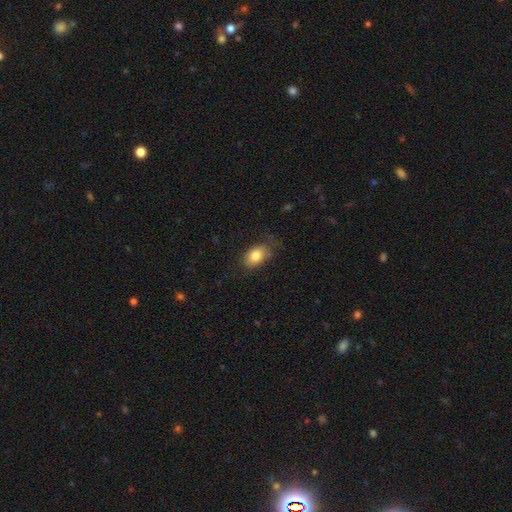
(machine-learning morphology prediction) A smooth galaxy with no disk features (82%) that is in between round and cigar-shaped (85%).

Vote fractions:
- Smooth or featured? smooth: 82% / featured or disk: 10% / star or artifact: 8%
- How rounded? in between: 85% / round: 13% / cigar-shaped: 2%
- Merging? none: 65% / minor disturbance: 25% / major disturbance: 9% / merger: 2%